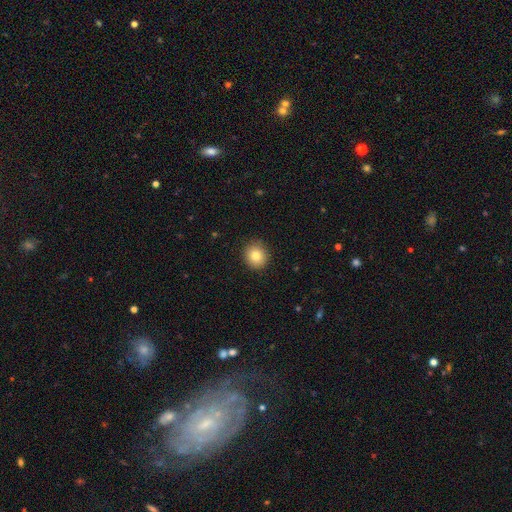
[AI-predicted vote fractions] Smooth or featured? smooth (82%)
How rounded? round (88%)
Merging? none (91%)